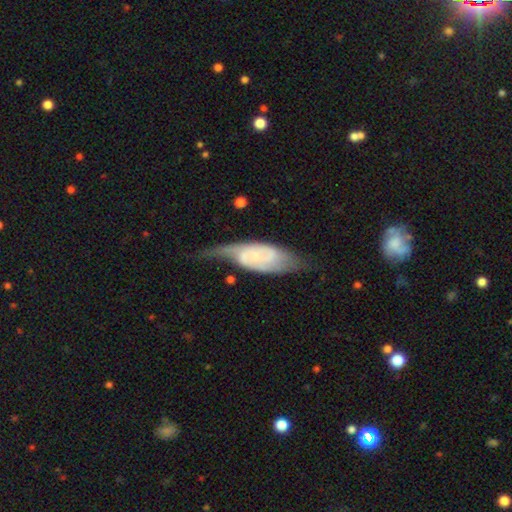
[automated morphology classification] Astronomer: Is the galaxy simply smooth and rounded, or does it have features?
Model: featured or disk — 76%.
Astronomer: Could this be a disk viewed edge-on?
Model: no — 88%.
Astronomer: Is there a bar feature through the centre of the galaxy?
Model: no — 57% (runner-up: weak, 34%).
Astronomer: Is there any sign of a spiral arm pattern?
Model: yes — 91%.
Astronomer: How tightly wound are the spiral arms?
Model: medium — 43% (runner-up: tight, 36%).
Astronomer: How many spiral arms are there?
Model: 2 — 72%.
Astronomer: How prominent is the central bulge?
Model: small — 61%.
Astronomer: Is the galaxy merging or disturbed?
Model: none — 49% (runner-up: minor disturbance, 29%).